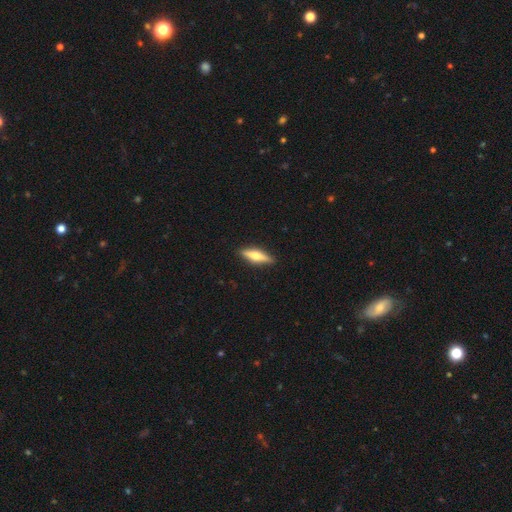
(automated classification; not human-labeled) Smooth or featured? featured or disk (53%)
Edge-on disk? yes (94%)
Edge-on bulge? rounded (93%)
Merging? none (90%)